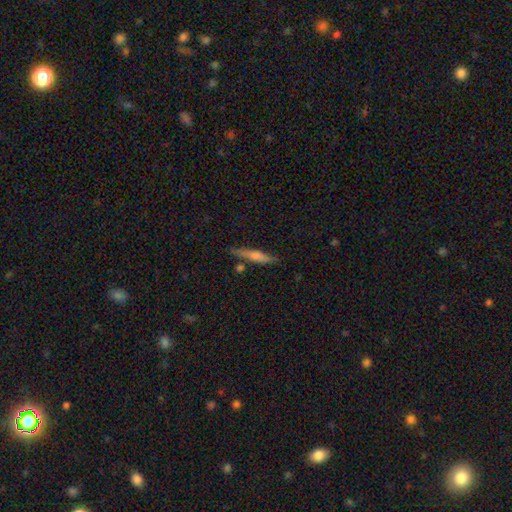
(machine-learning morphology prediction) A smooth galaxy with no disk features (51%) that is cigar-shaped (90%).

Vote fractions:
- Smooth or featured? smooth: 51% / featured or disk: 42% / star or artifact: 7%
- How rounded? cigar-shaped: 90% / in between: 8% / round: 2%
- Merging? none: 79% / minor disturbance: 13% / merger: 5% / major disturbance: 3%